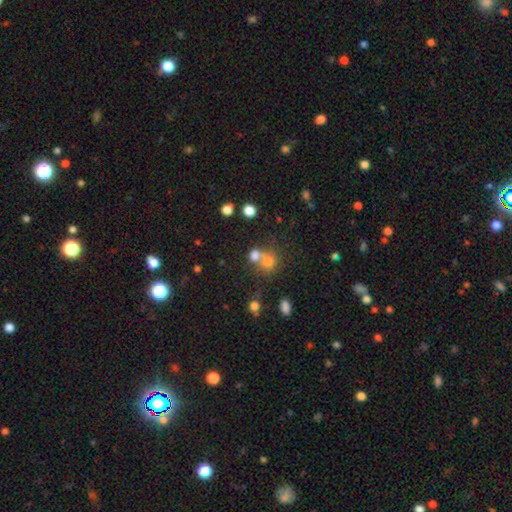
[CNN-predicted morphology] smooth-or-featured: smooth: 71% | star or artifact: 18% | featured or disk: 11%
  how-rounded: round: 74% | in between: 25% | cigar-shaped: 1%
  merging: merger: 48% | none: 40% | minor disturbance: 8% | major disturbance: 4%